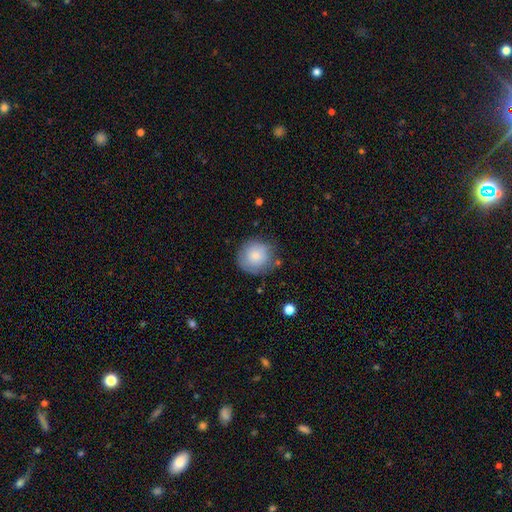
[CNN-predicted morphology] Smooth or featured? smooth (80%)
How rounded? round (90%)
Merging? none (71%)